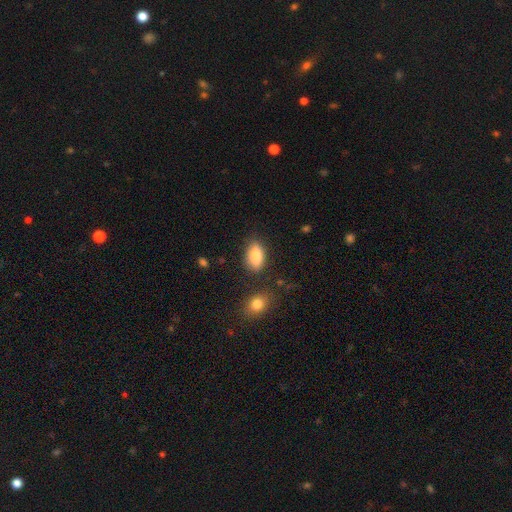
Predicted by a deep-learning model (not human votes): A smooth galaxy with no disk features (81%) that is in between round and cigar-shaped (85%).

Vote fractions:
- Smooth or featured? smooth: 81% / featured or disk: 12% / star or artifact: 7%
- How rounded? in between: 85% / cigar-shaped: 10% / round: 5%
- Merging? none: 79% / minor disturbance: 14% / merger: 3% / major disturbance: 3%